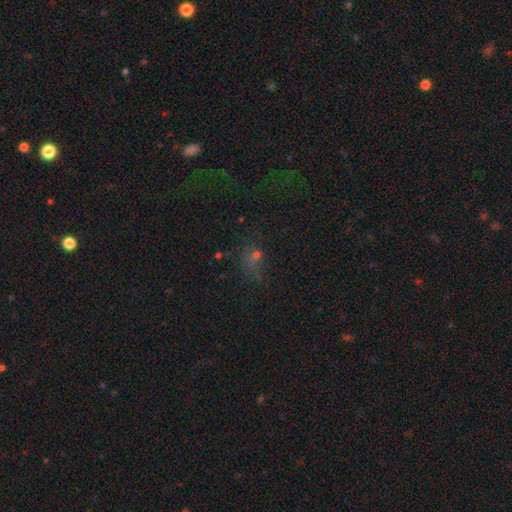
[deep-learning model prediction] smooth_or_featured: smooth (p=0.46) [alt: star or artifact p=0.38]
merging: none (p=0.48) [alt: major disturbance p=0.25]